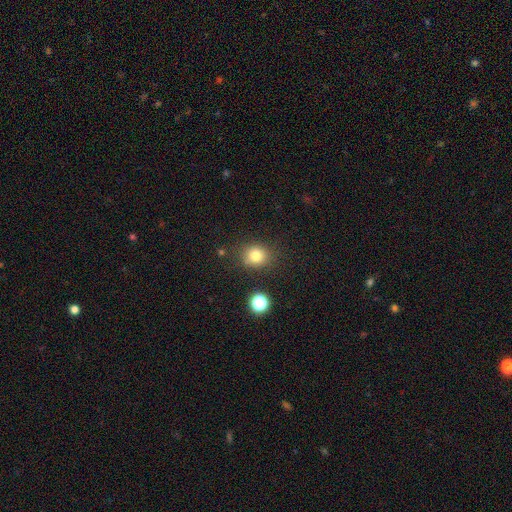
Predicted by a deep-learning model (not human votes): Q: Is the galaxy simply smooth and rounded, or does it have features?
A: smooth — 78%.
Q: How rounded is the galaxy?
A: round — 80%.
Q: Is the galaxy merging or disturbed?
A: none — 82%.